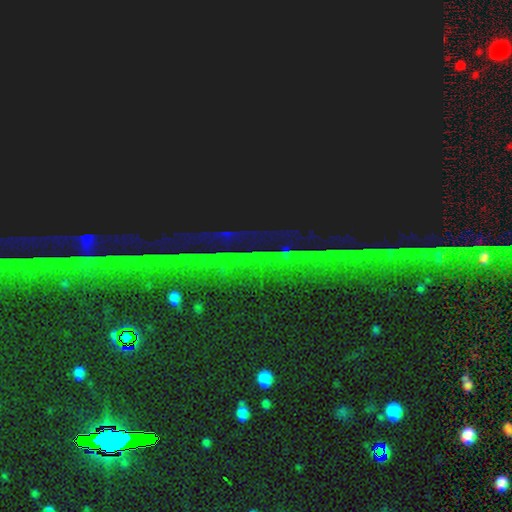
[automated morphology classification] Q: Smooth or featured?
A: star or artifact (88%); runner-up: featured or disk (6%)